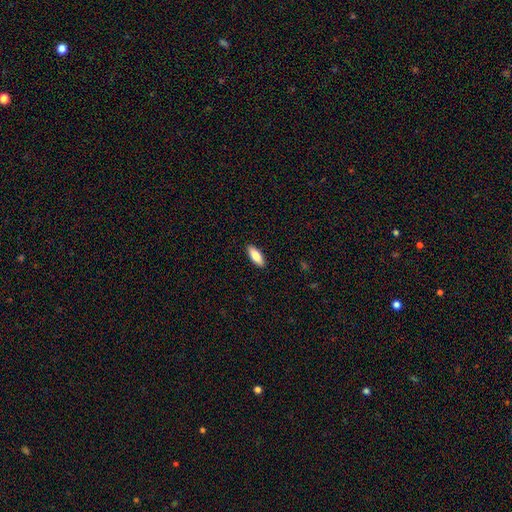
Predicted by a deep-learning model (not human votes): A smooth galaxy with no disk features (79%) that is in between round and cigar-shaped (68%).

Vote fractions:
- Smooth or featured? smooth: 79% / featured or disk: 15% / star or artifact: 6%
- How rounded? in between: 68% / cigar-shaped: 31% / round: 2%
- Merging? none: 90% / minor disturbance: 7% / major disturbance: 2% / merger: 1%